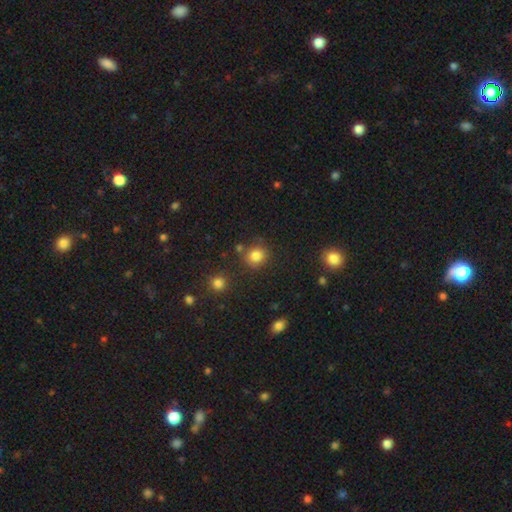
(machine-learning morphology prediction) Q: Smooth or featured?
A: smooth (82%); runner-up: star or artifact (12%)
Q: How rounded?
A: round (86%); runner-up: in between (13%)
Q: Merging?
A: none (77%); runner-up: minor disturbance (12%)